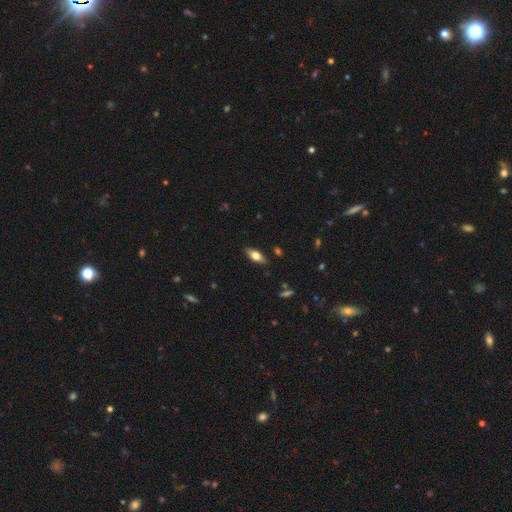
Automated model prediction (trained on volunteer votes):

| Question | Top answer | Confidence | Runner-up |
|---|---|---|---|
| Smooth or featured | smooth | 64% | featured or disk (29%) |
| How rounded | in between | 78% | cigar-shaped (19%) |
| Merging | none | 86% | minor disturbance (10%) |